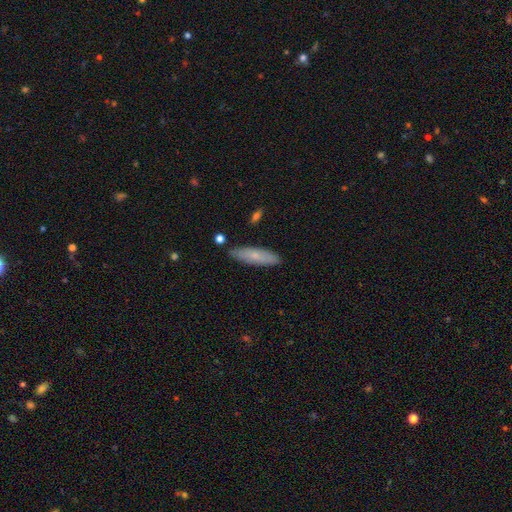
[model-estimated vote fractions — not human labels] smooth_or_featured: smooth (p=0.70) [alt: featured or disk p=0.23]
how_rounded: cigar-shaped (p=0.66) [alt: in between p=0.32]
merging: none (p=0.85) [alt: minor disturbance p=0.11]